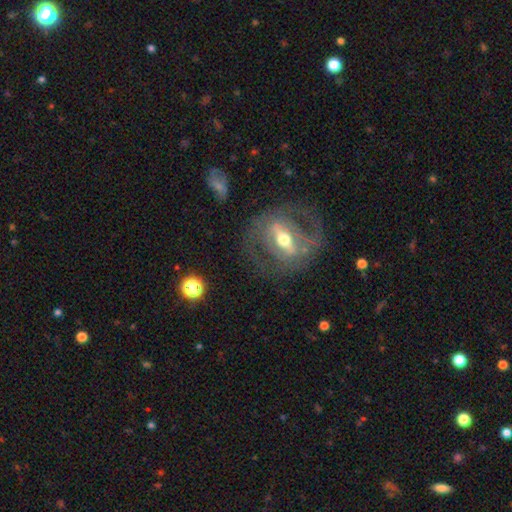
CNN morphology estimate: Overall: featured or disk (81%). Edge-on disk: no (91%). Bar: strong (57%; weak 30%). Spiral arms: yes (79%). Spiral arm count: 2 (75%). Spiral winding: medium (45%; tight 36%). Bulge size: moderate (61%; small 31%). Merging: none (73%).